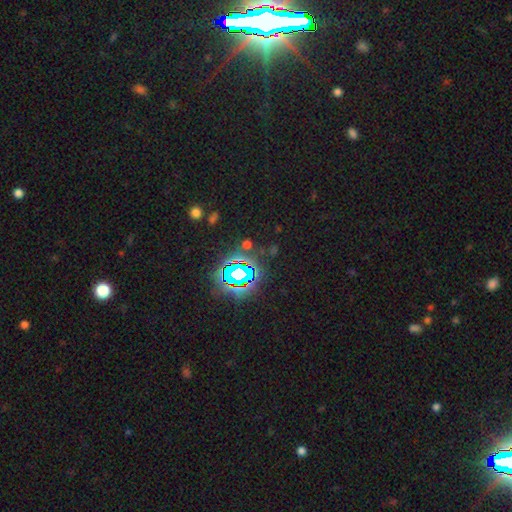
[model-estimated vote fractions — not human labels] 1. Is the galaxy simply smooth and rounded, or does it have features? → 80% star or artifact, 13% smooth, 8% featured or disk.